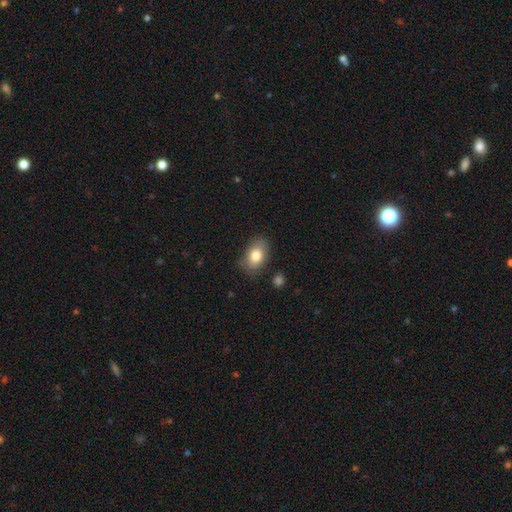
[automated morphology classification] smooth_or_featured: smooth (p=0.81) [alt: featured or disk p=0.12]
how_rounded: in between (p=0.84) [alt: round p=0.15]
merging: none (p=0.78) [alt: minor disturbance p=0.16]